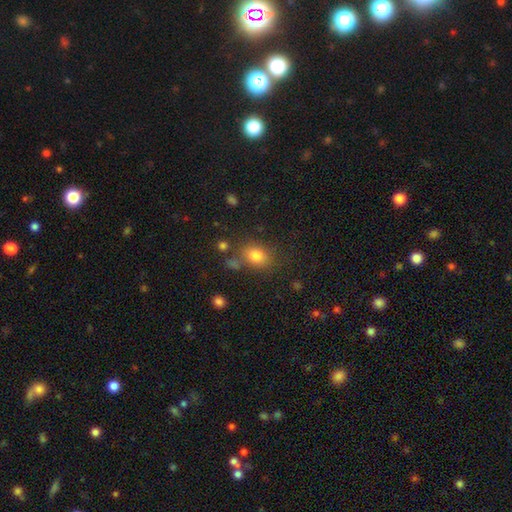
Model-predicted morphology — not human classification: Overall: smooth (79%). How rounded: in between (53%; round 46%). Merging: none (72%).